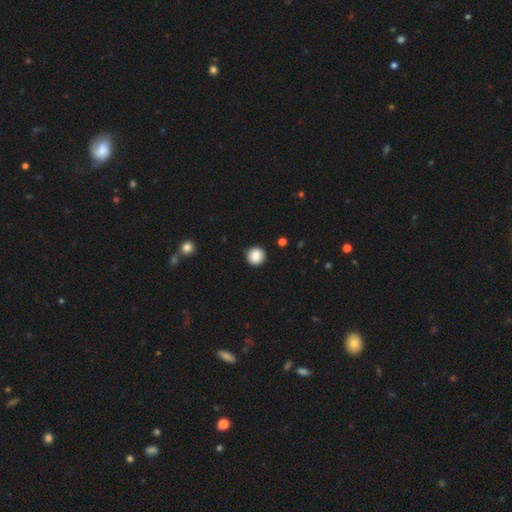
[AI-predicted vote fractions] Smooth or featured? Predicted: smooth (p=0.85). How rounded? Predicted: round (p=0.93). Merging? Predicted: none (p=0.91).